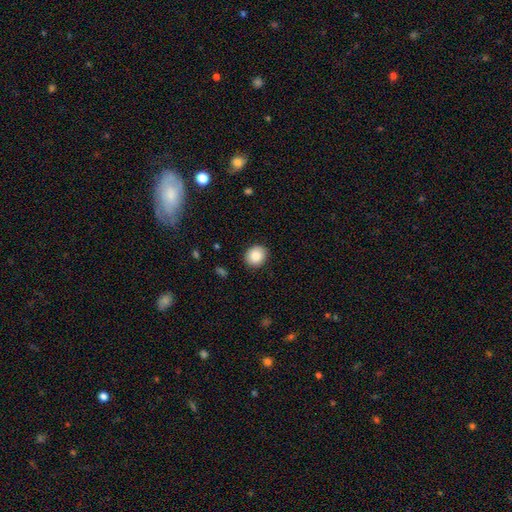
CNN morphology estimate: The model was most divided on "how rounded": round: 78%, in between: 22%, cigar-shaped: 1%. More confident: merging — none (89%); smooth or featured — smooth (88%).